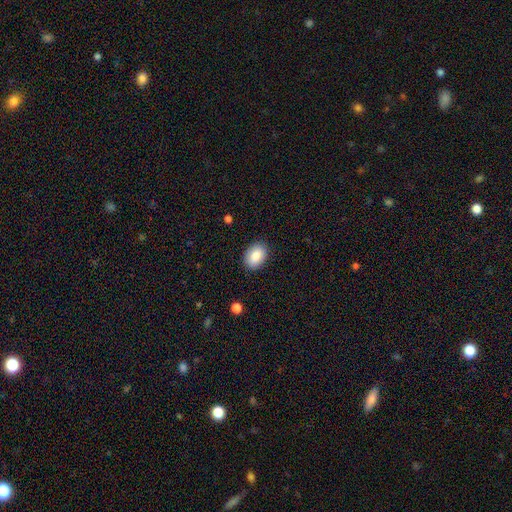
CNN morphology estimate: The model was most divided on "how rounded": in between: 79%, round: 20%, cigar-shaped: 1%. More confident: merging — none (88%); smooth or featured — smooth (86%).